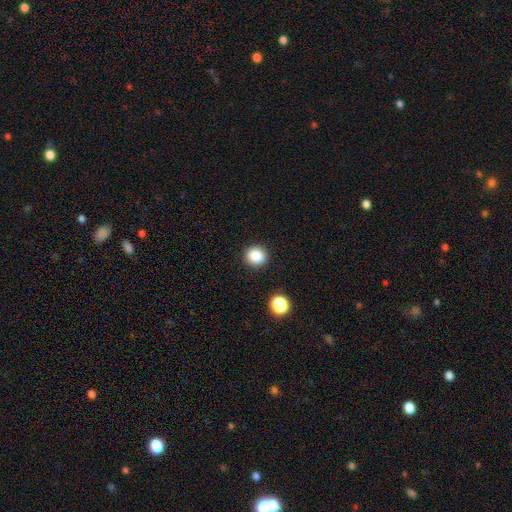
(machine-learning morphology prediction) Smooth or featured? Predicted: smooth (p=0.86). How rounded? Predicted: round (p=0.87). Merging? Predicted: none (p=0.90).